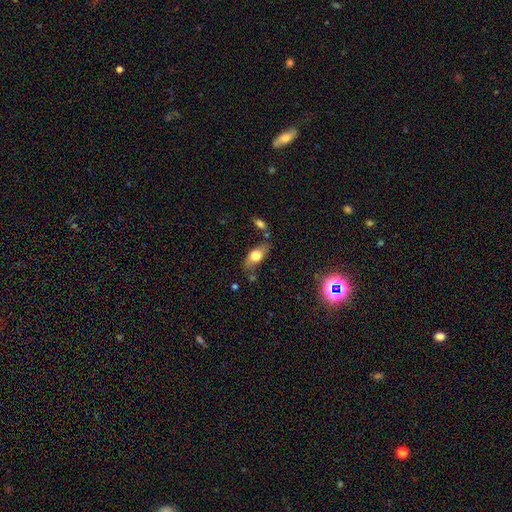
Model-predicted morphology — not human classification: Smooth or featured?
  - smooth: 69% *
  - featured or disk: 23%
  - star or artifact: 8%
How rounded?
  - in between: 84% *
  - cigar-shaped: 10%
  - round: 6%
Merging?
  - none: 67% *
  - minor disturbance: 20%
  - merger: 8%
  - major disturbance: 6%